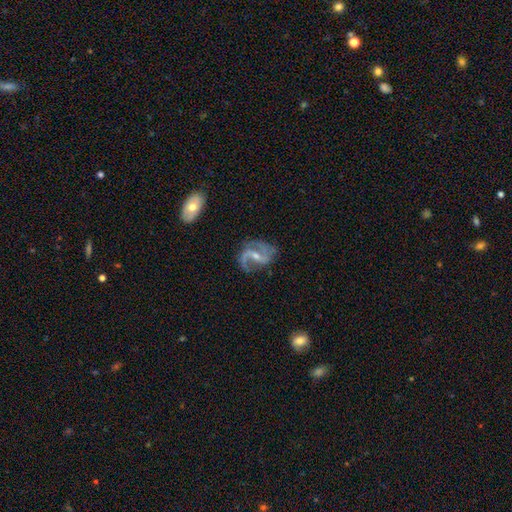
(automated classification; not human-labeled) smooth_or_featured: featured or disk (p=0.90) [alt: star or artifact p=0.06]
disk_edge_on: no (p=0.98) [alt: yes p=0.02]
bar: weak (p=0.45) [alt: strong p=0.35]
has_spiral_arms: yes (p=0.97) [alt: no p=0.03]
spiral_winding: medium (p=0.48) [alt: loose p=0.41]
spiral_arm_count: 2 (p=0.90) [alt: 1 p=0.03]
bulge_size: small (p=0.56) [alt: moderate p=0.39]
merging: none (p=0.72) [alt: minor disturbance p=0.17]